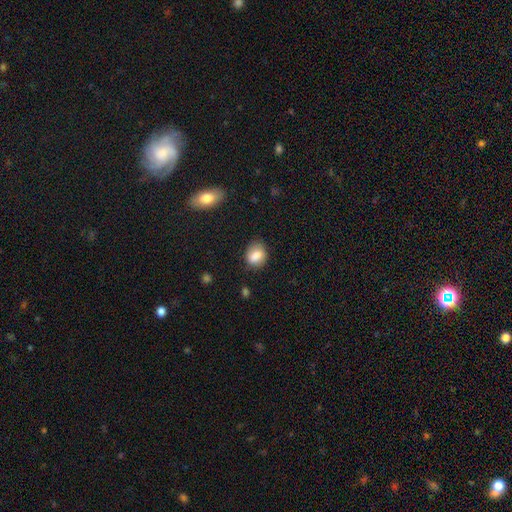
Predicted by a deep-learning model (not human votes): A smooth galaxy with no disk features (81%) that is in between round and cigar-shaped (53%).

Vote fractions:
- Smooth or featured? smooth: 81% / featured or disk: 10% / star or artifact: 8%
- How rounded? in between: 53% / round: 45% / cigar-shaped: 1%
- Merging? none: 74% / minor disturbance: 19% / major disturbance: 5% / merger: 2%